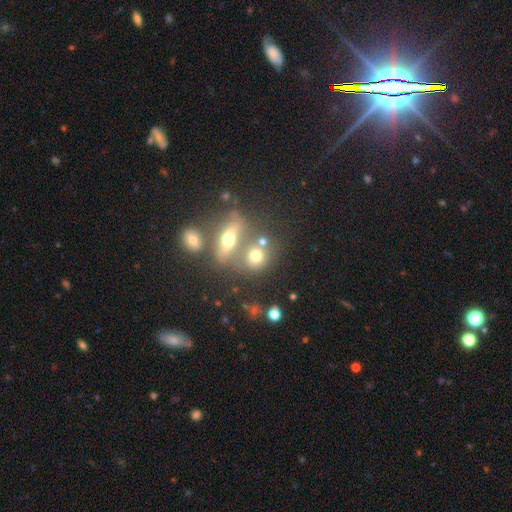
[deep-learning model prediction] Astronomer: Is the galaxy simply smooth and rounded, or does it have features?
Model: smooth — 64%.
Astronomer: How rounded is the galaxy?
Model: round — 61%.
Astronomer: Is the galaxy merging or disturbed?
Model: none — 47% (runner-up: merger, 37%).